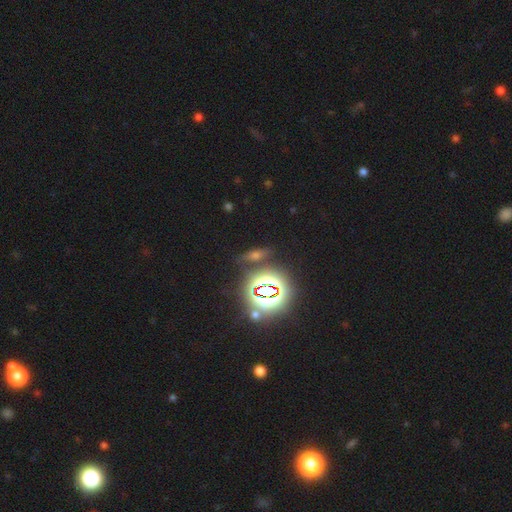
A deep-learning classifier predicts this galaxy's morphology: Q: Smooth or featured?
A: star or artifact (45%); runner-up: smooth (34%)